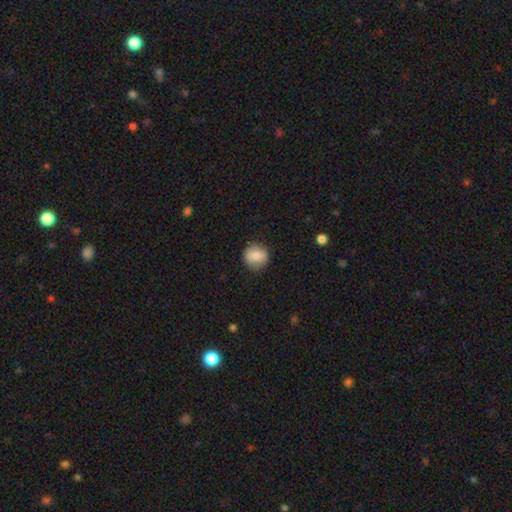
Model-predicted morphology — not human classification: smooth-or-featured: smooth: 81% | featured or disk: 11% | star or artifact: 8%
  how-rounded: round: 86% | in between: 13% | cigar-shaped: 1%
  merging: none: 86% | minor disturbance: 10% | major disturbance: 3% | merger: 1%